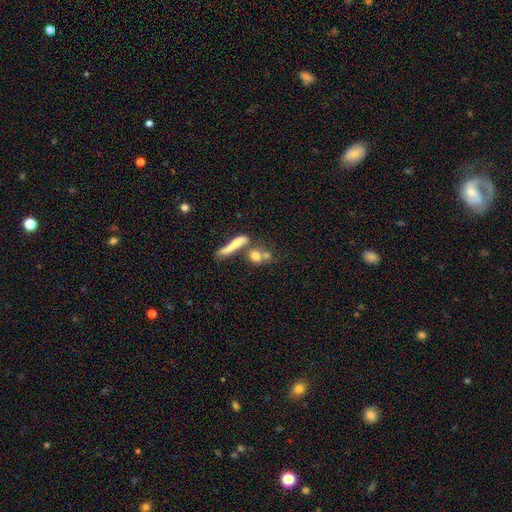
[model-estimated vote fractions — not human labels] smooth_or_featured: smooth (p=0.72) [alt: featured or disk p=0.17]
how_rounded: round (p=0.49) [alt: in between p=0.27]
merging: none (p=0.43) [alt: merger p=0.38]